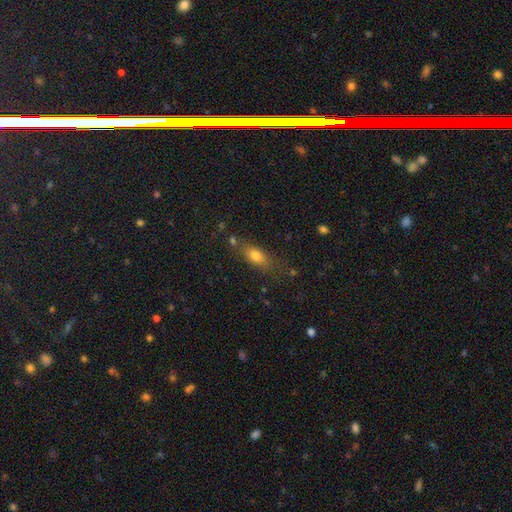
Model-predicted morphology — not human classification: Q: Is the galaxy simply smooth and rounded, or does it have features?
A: smooth — 76%.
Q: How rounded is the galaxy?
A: in between — 75%.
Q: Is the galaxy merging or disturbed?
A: none — 65%.